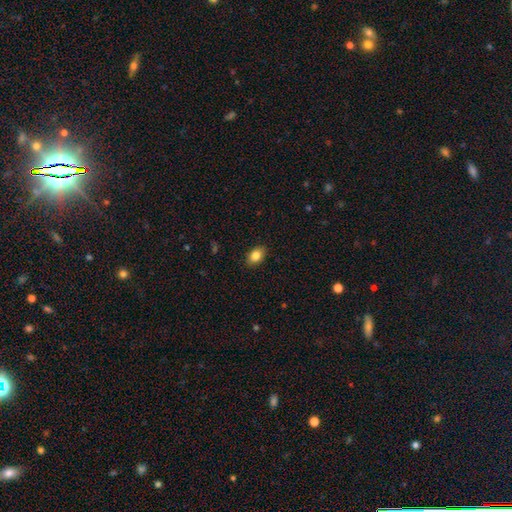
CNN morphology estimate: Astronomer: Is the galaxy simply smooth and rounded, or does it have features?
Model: smooth — 84%.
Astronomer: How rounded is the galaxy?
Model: in between — 82%.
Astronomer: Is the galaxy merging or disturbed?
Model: none — 88%.